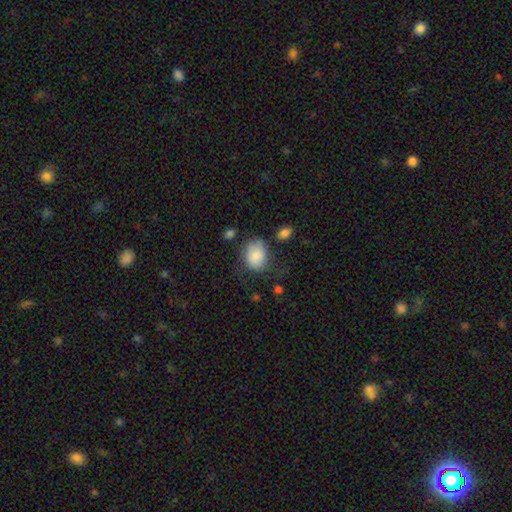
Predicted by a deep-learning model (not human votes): This is clearly a smooth galaxy (85%). How rounded: possibly in between (55%). Merging: possibly none (52%).